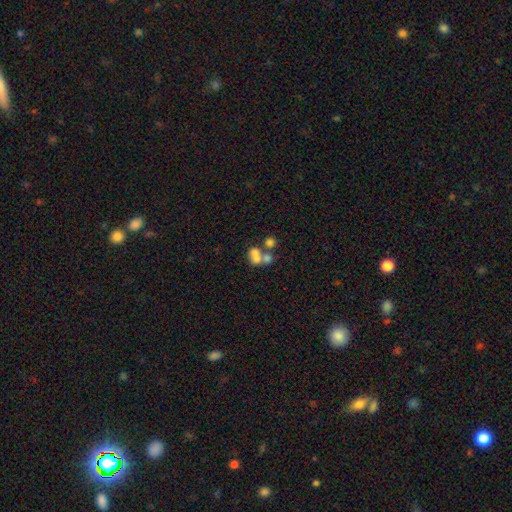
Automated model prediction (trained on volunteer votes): This appears to be a smooth galaxy with no disk features (55%) that is round (60%). Merging: merger (62%).